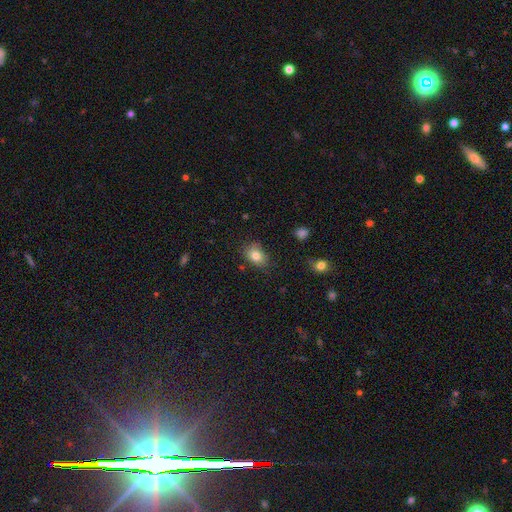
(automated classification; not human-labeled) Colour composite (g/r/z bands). It shows a smooth galaxy with no disk features (80%) that is in between round and cigar-shaped (70%). Merging: none (73%).